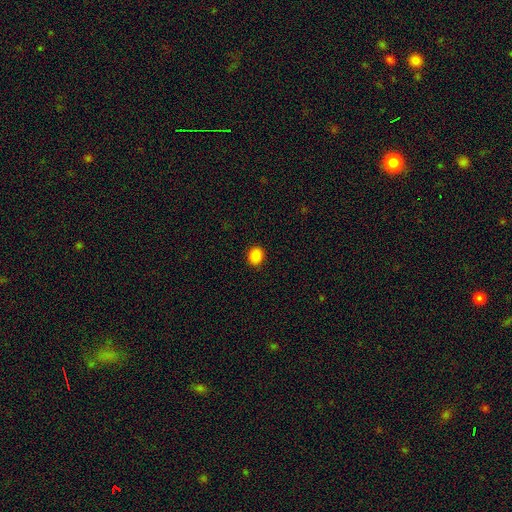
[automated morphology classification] Smooth or featured? smooth (87%)
How rounded? round (60%)
Merging? none (91%)